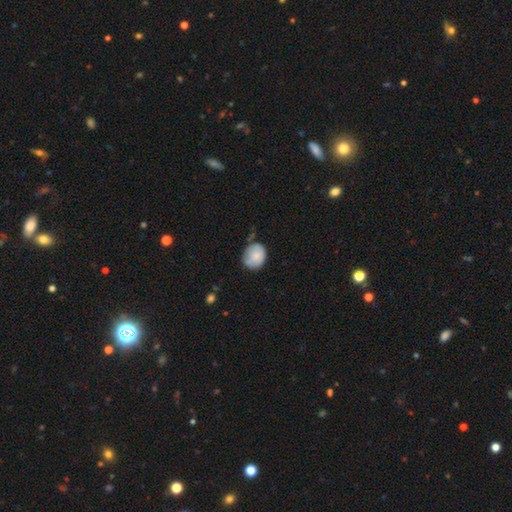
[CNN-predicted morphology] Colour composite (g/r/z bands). It shows a smooth galaxy with no disk features (79%) that is round (65%). Merging: none (60%).